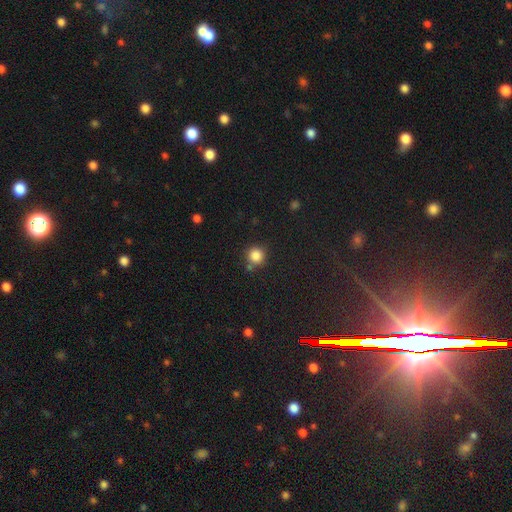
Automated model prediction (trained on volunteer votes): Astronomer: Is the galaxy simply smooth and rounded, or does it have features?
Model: smooth — 84%.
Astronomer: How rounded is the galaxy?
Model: round — 93%.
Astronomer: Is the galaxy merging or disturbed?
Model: none — 79%.